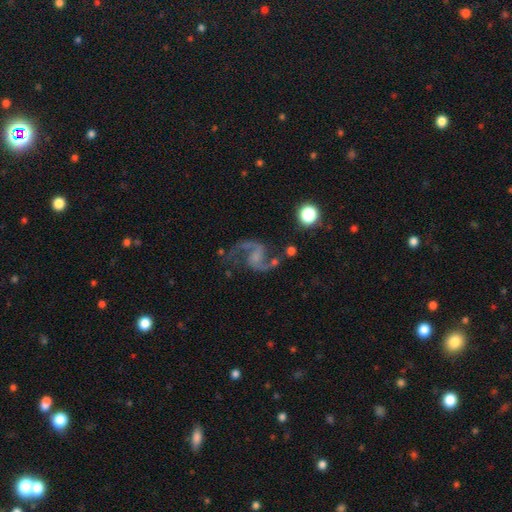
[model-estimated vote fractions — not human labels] This appears to be a featured or disk galaxy (90%) with no bar (44%), 2 (94%) loose (55%) spiral arms (97%) and no central bulge (48%). Merging: none (66%).